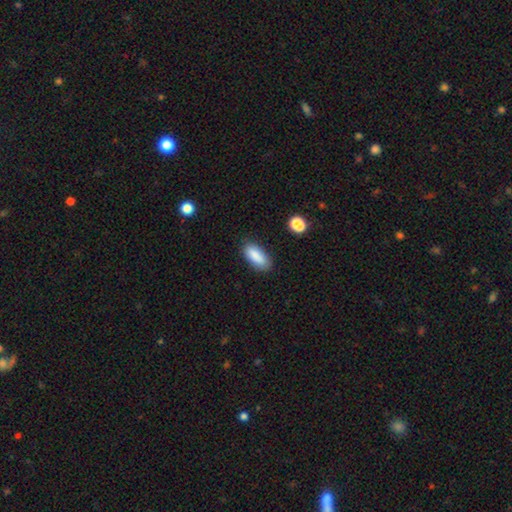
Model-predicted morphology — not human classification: Overall: smooth (87%). How rounded: in between (82%). Merging: none (82%).